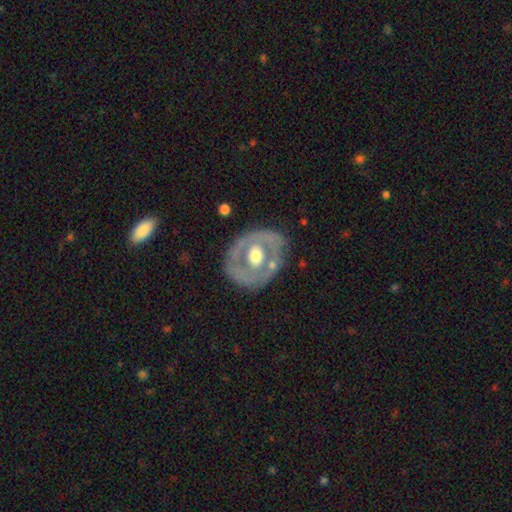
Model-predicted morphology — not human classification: type=featured or disk (65%); edge-on=no (95%); bar=no (77%); spiral arms=no (79%); bulge=moderate (66%); merging=none (69%).